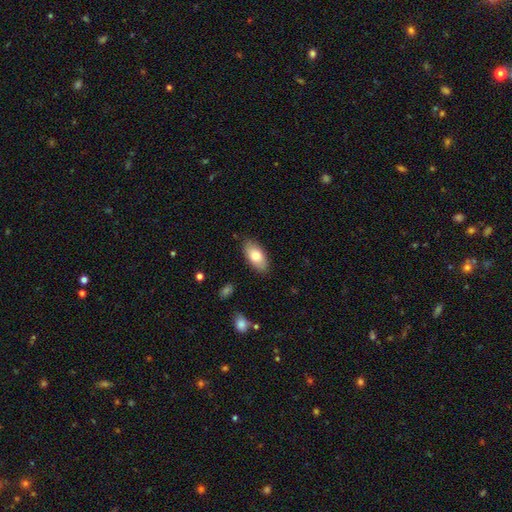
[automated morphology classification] smooth 79%, featured or disk 15%, star or artifact 6%. Down the decision tree: how rounded — in between (93%); merging — none (86%).